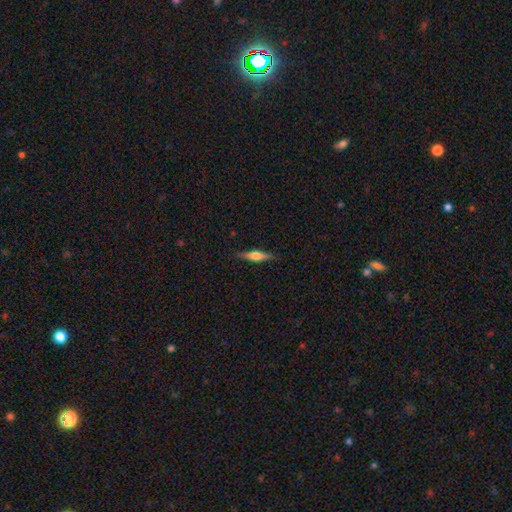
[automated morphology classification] Q: Smooth or featured?
A: featured or disk (60%); runner-up: smooth (34%)
Q: Edge-on disk?
A: yes (96%); runner-up: no (4%)
Q: Edge-on bulge?
A: rounded (86%); runner-up: boxy (10%)
Q: Merging?
A: none (88%); runner-up: minor disturbance (9%)